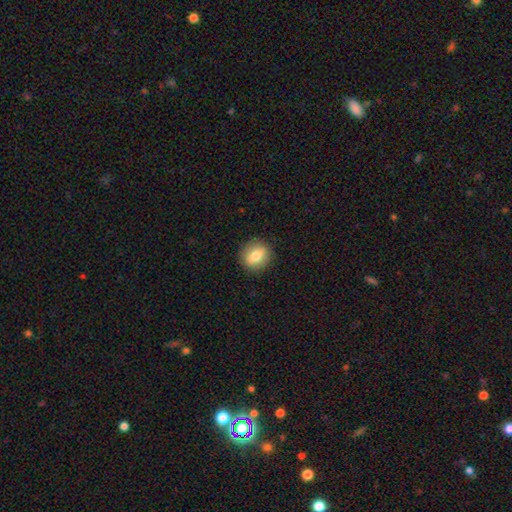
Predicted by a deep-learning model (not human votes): The model was most divided on "smooth or featured": smooth: 73%, featured or disk: 18%, star or artifact: 9%. More confident: merging — none (89%); how rounded — round (77%).